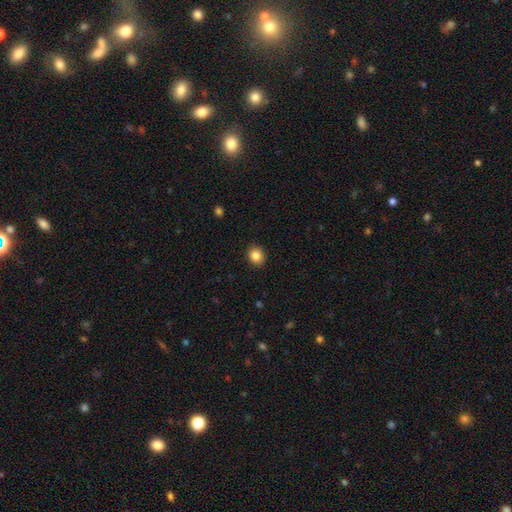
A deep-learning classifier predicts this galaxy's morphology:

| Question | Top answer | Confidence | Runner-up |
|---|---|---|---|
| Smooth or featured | smooth | 85% | star or artifact (10%) |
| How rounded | round | 68% | in between (31%) |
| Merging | none | 91% | minor disturbance (6%) |